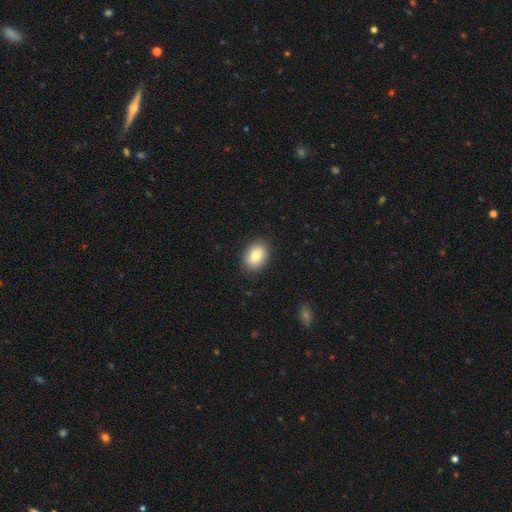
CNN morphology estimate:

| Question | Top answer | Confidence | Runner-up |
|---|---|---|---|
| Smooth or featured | smooth | 84% | featured or disk (9%) |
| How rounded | in between | 76% | round (23%) |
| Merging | none | 88% | minor disturbance (8%) |